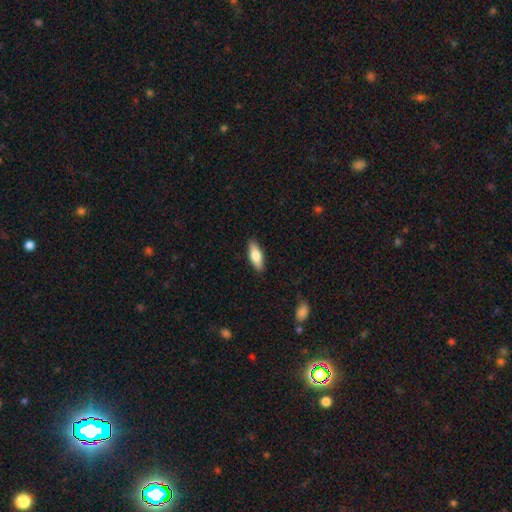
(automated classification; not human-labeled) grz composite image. It shows a smooth galaxy with no disk features (73%) that is in between round and cigar-shaped (65%). Merging: none (88%).